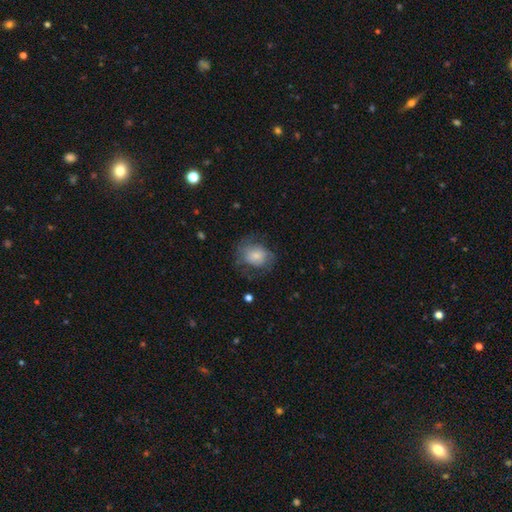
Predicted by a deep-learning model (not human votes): This appears to be a smooth galaxy with no disk features (65%) that is round (55%). Merging: none (53%).